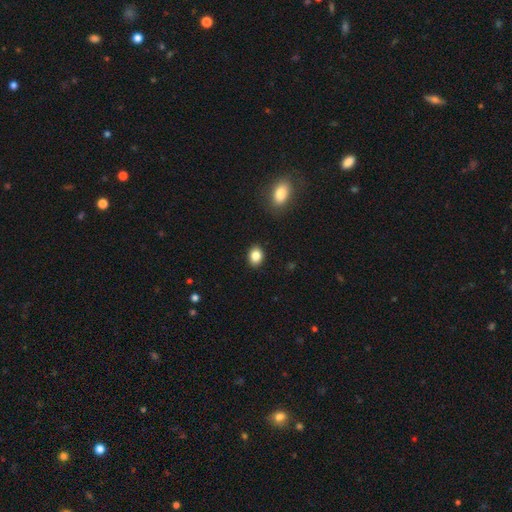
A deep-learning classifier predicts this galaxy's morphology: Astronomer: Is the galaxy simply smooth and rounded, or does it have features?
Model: smooth — 84%.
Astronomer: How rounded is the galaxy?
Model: in between — 62% (runner-up: round, 37%).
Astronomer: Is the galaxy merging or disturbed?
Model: none — 90%.